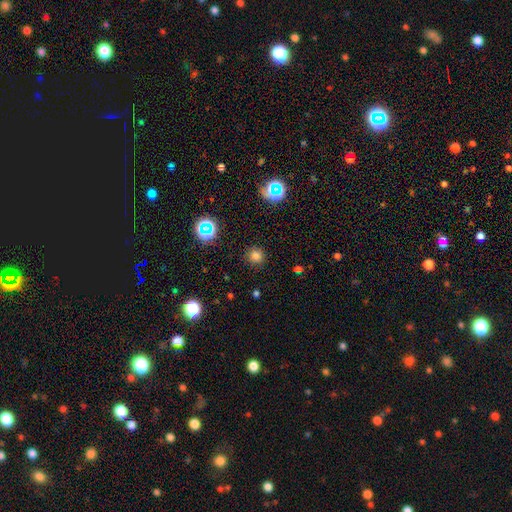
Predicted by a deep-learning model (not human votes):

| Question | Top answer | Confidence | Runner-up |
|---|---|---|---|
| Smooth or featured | smooth | 74% | star or artifact (21%) |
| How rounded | round | 93% | in between (6%) |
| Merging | none | 89% | minor disturbance (7%) |